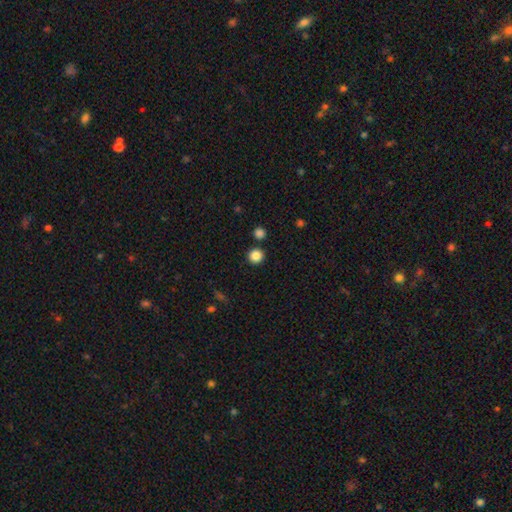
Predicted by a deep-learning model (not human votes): Smooth or featured?
  - smooth: 86% *
  - star or artifact: 11%
  - featured or disk: 3%
How rounded?
  - round: 94% *
  - in between: 5%
  - cigar-shaped: 1%
Merging?
  - none: 88% *
  - merger: 5%
  - minor disturbance: 5%
  - major disturbance: 2%